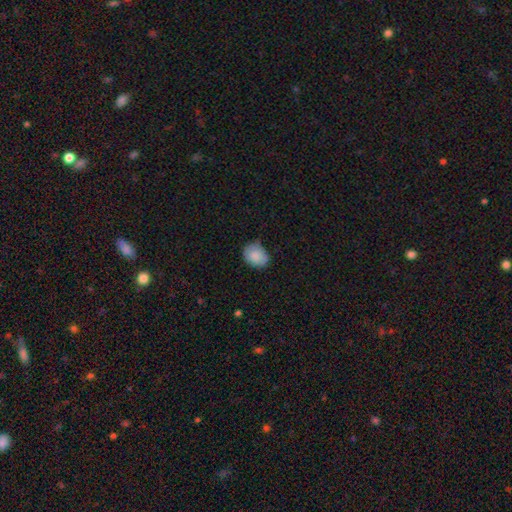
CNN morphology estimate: Smooth or featured? smooth (82%)
How rounded? in between (55%)
Merging? none (66%)